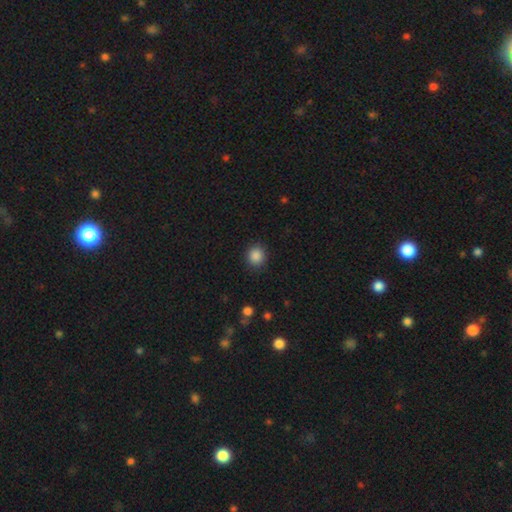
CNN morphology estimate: Smooth or featured: smooth — 87% (star or artifact — 10%)
How rounded: round — 85% (in between — 14%)
Merging: none — 88% (minor disturbance — 8%)